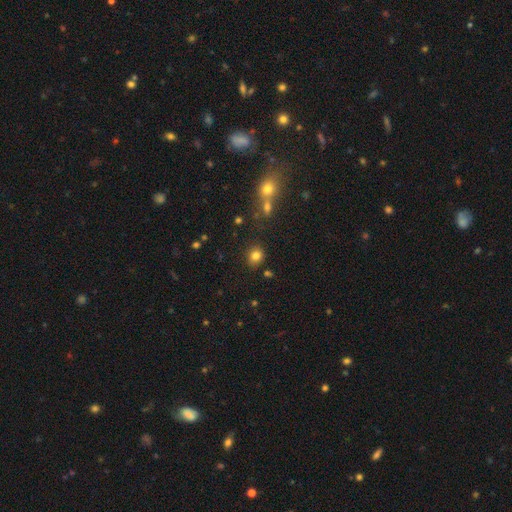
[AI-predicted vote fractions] Smooth or featured? smooth (81%)
How rounded? round (75%)
Merging? none (84%)